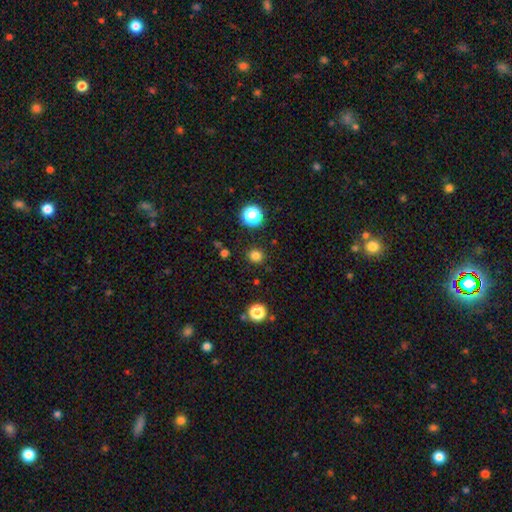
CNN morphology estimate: smooth-or-featured: smooth: 80% | star or artifact: 16% | featured or disk: 4%
  how-rounded: round: 90% | in between: 9% | cigar-shaped: 1%
  merging: none: 89% | minor disturbance: 7% | major disturbance: 2% | merger: 2%